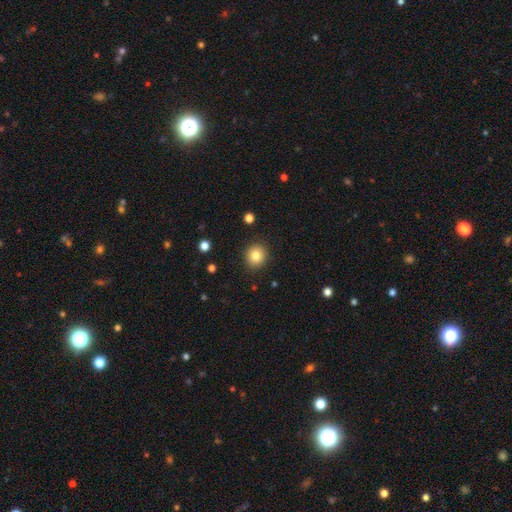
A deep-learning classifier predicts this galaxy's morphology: Smooth or featured: smooth — 82% (star or artifact — 10%)
How rounded: round — 88% (in between — 11%)
Merging: none — 90% (minor disturbance — 7%)